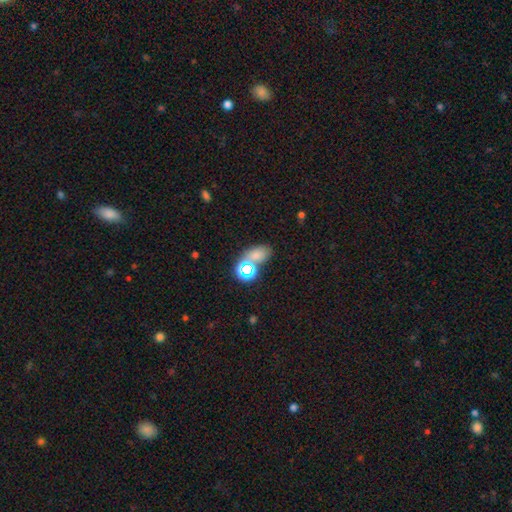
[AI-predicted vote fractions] Overall: smooth (61%; star or artifact 28%). How rounded: in between (80%). Merging: none (56%; merger 22%).